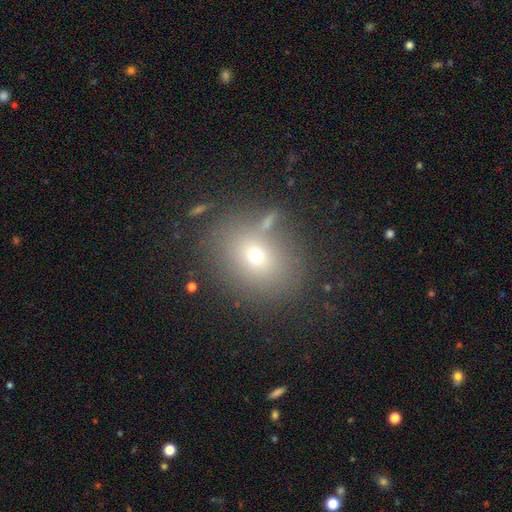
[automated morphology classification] Smooth or featured?
  - smooth: 66% *
  - star or artifact: 19%
  - featured or disk: 15%
How rounded?
  - round: 61% *
  - in between: 38%
  - cigar-shaped: 1%
Merging?
  - none: 75% *
  - minor disturbance: 12%
  - merger: 8%
  - major disturbance: 6%